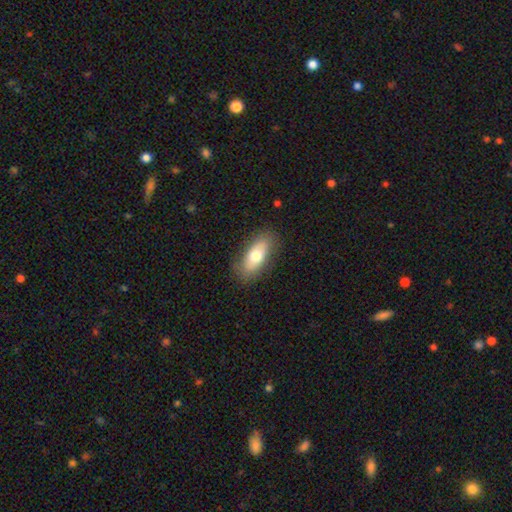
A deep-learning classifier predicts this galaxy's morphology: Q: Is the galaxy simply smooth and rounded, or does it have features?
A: smooth — 70%.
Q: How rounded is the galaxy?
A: in between — 81%.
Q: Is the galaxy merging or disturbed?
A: none — 84%.